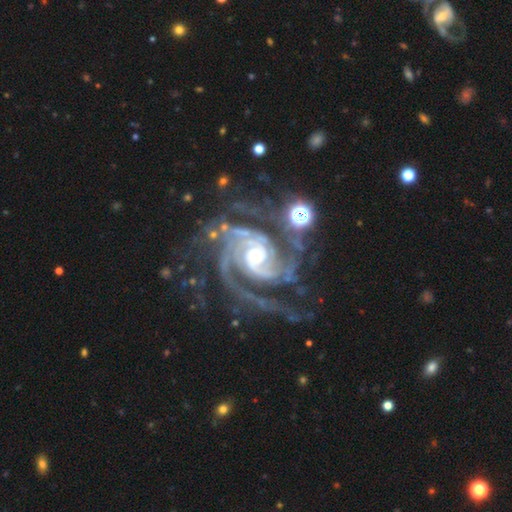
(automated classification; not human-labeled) This appears to be a featured or disk galaxy (93%) with no bar (57%), 3 (33%) tight (57%) spiral arms (99%) and a small central bulge (58%). Merging: none (57%).